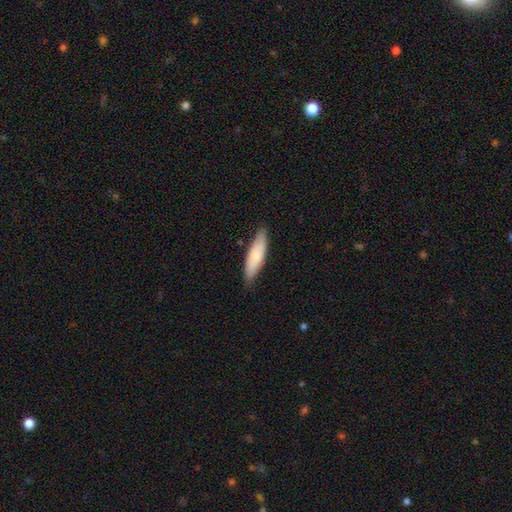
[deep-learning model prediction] Smooth or featured? smooth (74%)
How rounded? cigar-shaped (58%)
Merging? none (80%)